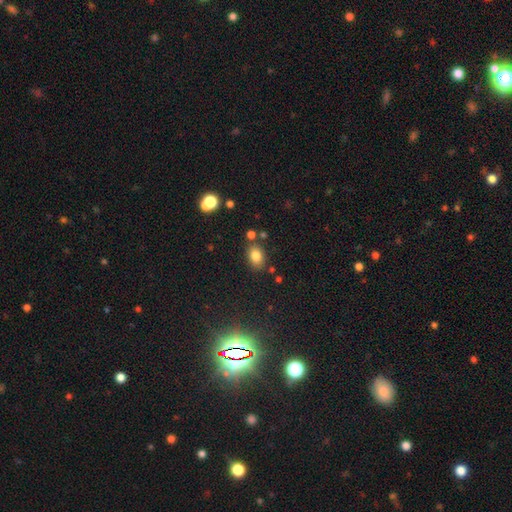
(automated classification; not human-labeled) A smooth galaxy with no disk features (82%) that is in between round and cigar-shaped (76%). Merging: none (77%).